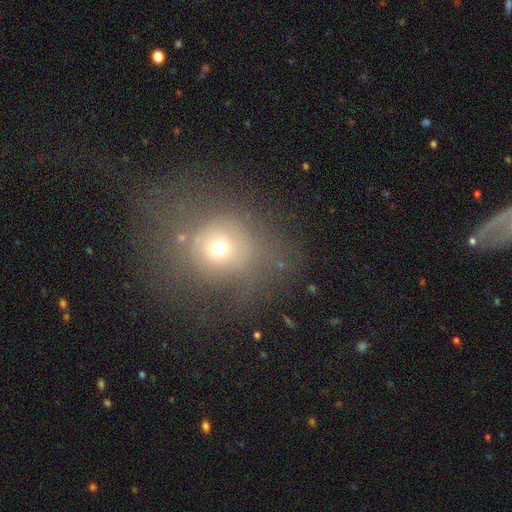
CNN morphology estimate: Smooth or featured? Predicted: smooth (p=0.56). How rounded? Predicted: round (p=0.69). Merging? Predicted: none (p=0.55).